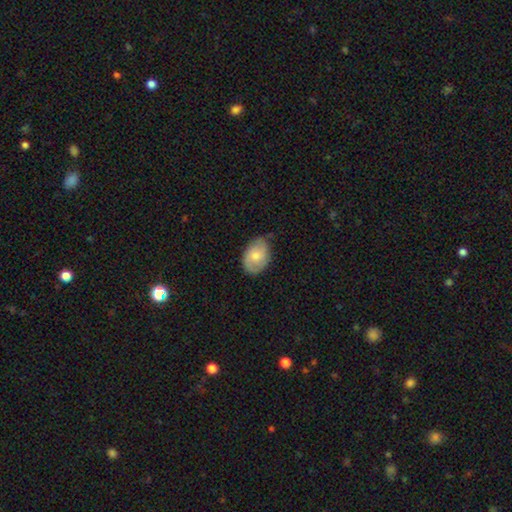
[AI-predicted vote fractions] Smooth or featured? smooth (62%)
How rounded? in between (81%)
Merging? none (65%)